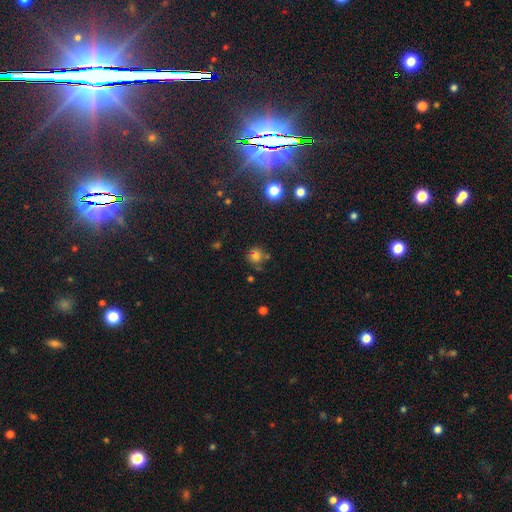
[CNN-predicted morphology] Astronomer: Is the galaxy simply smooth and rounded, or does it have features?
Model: smooth — 73%.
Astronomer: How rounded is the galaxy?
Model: round — 88%.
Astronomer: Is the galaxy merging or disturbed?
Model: none — 69%.